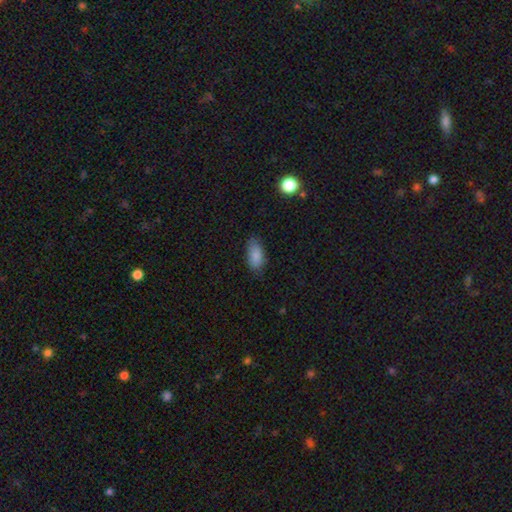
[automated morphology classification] smooth 86%, star or artifact 7%, featured or disk 7%. Down the decision tree: how rounded — in between (91%); merging — none (78%).